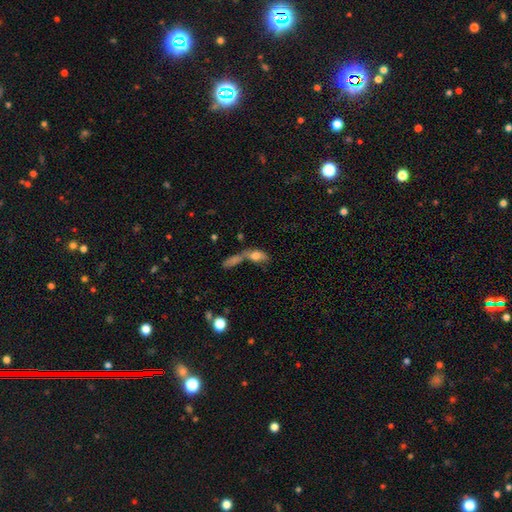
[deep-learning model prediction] This appears to be a smooth galaxy with no disk features (70%) that is in between round and cigar-shaped (77%). Merging: merger (59%).